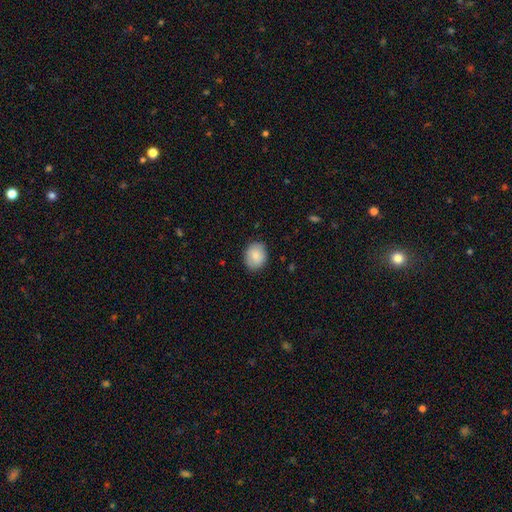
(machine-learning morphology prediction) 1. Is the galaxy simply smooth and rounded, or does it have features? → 86% smooth, 7% featured or disk, 7% star or artifact.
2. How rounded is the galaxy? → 61% round, 38% in between, 1% cigar-shaped.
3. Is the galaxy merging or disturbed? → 86% none, 11% minor disturbance, 2% major disturbance, 1% merger.